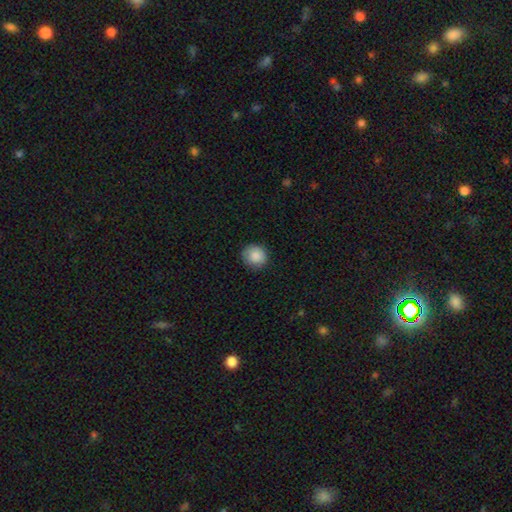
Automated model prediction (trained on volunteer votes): smooth-or-featured: smooth: 88% | star or artifact: 8% | featured or disk: 4%
  how-rounded: round: 89% | in between: 10% | cigar-shaped: 1%
  merging: none: 85% | minor disturbance: 11% | major disturbance: 2% | merger: 1%